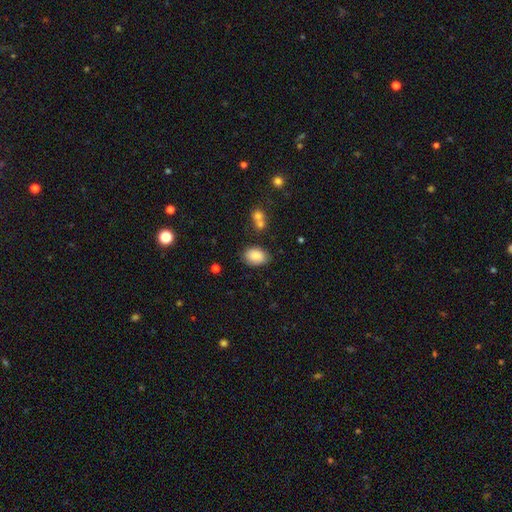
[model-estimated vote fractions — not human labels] Q: Smooth or featured?
A: smooth (85%); runner-up: star or artifact (8%)
Q: How rounded?
A: in between (84%); runner-up: round (14%)
Q: Merging?
A: none (75%); runner-up: minor disturbance (17%)